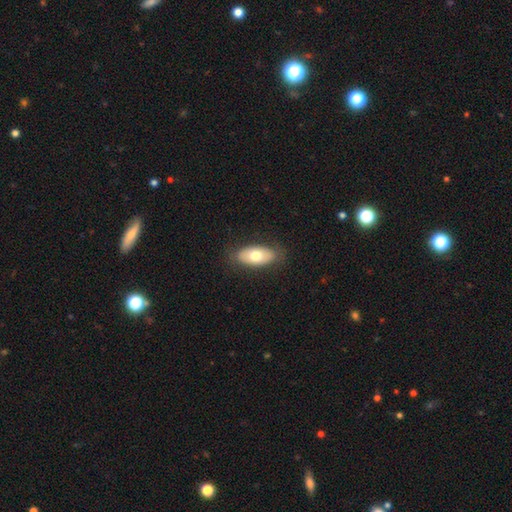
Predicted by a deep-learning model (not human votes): smooth 69%, featured or disk 25%, star or artifact 6%. Down the decision tree: how rounded — in between (91%); merging — none (85%).